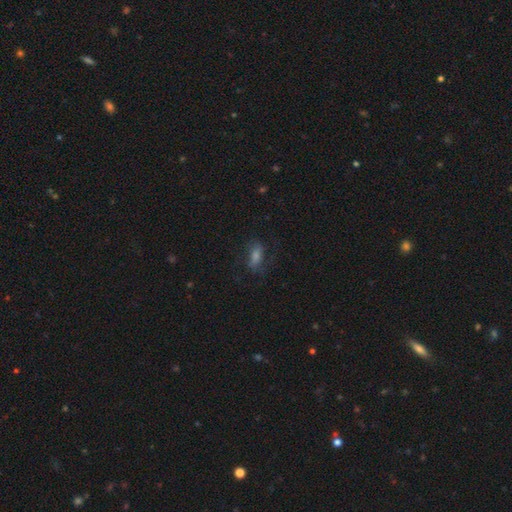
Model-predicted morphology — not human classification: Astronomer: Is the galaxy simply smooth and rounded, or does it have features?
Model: smooth — 49% (runner-up: featured or disk, 29%).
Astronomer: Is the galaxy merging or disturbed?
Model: none — 69%.